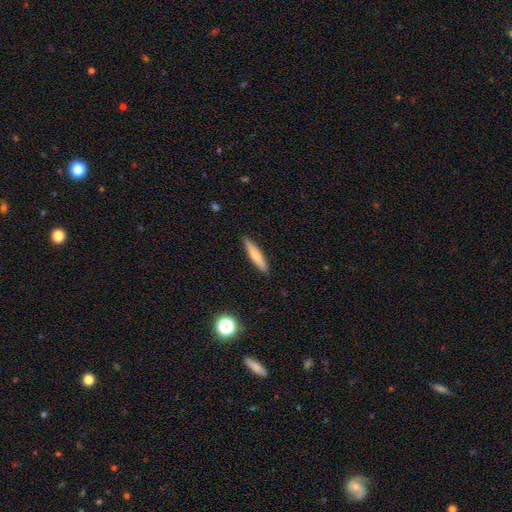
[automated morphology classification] smooth_or_featured: smooth (p=0.67) [alt: featured or disk p=0.27]
how_rounded: cigar-shaped (p=0.87) [alt: in between p=0.11]
merging: none (p=0.89) [alt: minor disturbance p=0.08]